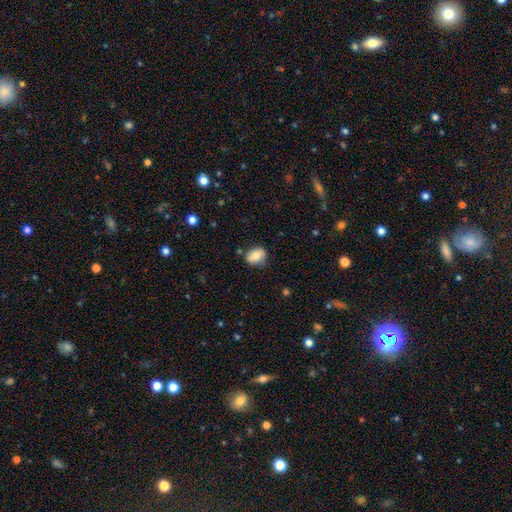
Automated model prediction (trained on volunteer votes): This is likely a smooth galaxy (75%). How rounded: likely in between (61%). Merging: likely none (74%).